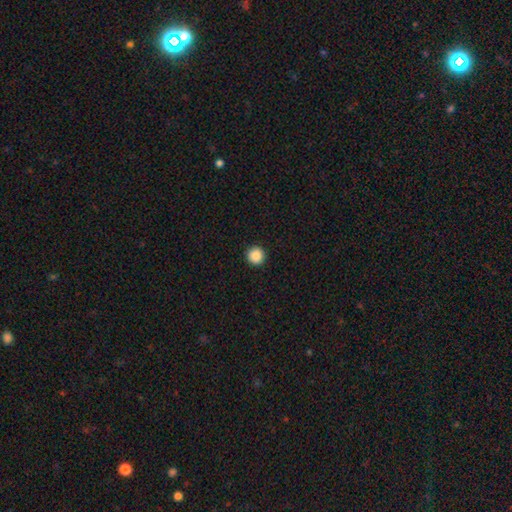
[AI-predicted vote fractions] This is clearly a smooth galaxy (89%). How rounded: clearly round (96%). Merging: clearly none (93%).